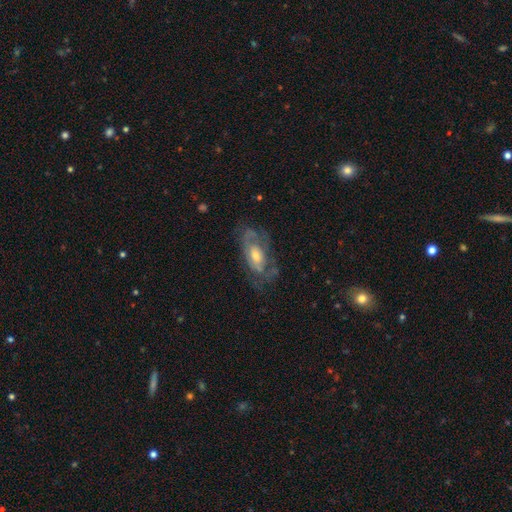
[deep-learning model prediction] Smooth or featured?
  - featured or disk: 68% *
  - smooth: 24%
  - star or artifact: 7%
Edge-on disk?
  - no: 90% *
  - yes: 10%
Bar?
  - no: 71% *
  - weak: 24%
  - strong: 5%
Spiral arms?
  - yes: 63% *
  - no: 37%
Bulge size?
  - moderate: 58% *
  - small: 28%
  - large: 10%
  - none: 3%
  - dominant: 1%
Merging?
  - none: 60% *
  - minor disturbance: 22%
  - major disturbance: 16%
  - merger: 2%